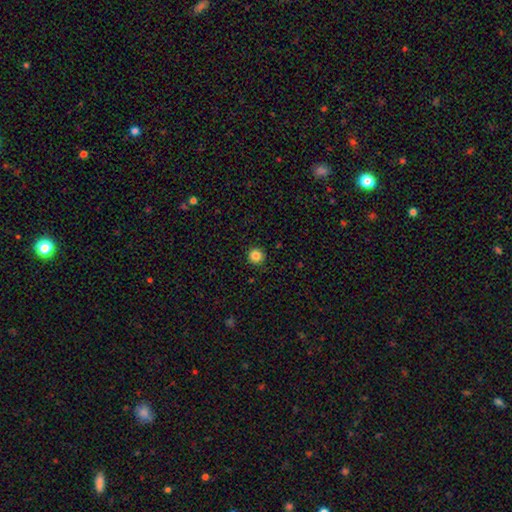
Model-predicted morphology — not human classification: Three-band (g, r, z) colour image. It shows a smooth galaxy with no disk features (85%) that is round (95%). Merging: none (93%).